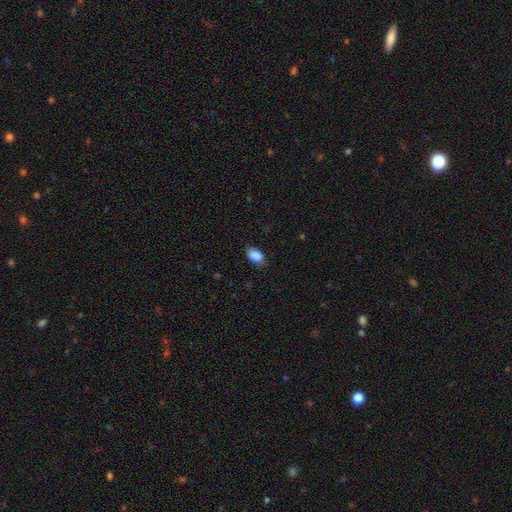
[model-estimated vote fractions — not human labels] Smooth or featured? smooth (89%)
How rounded? in between (90%)
Merging? none (80%)